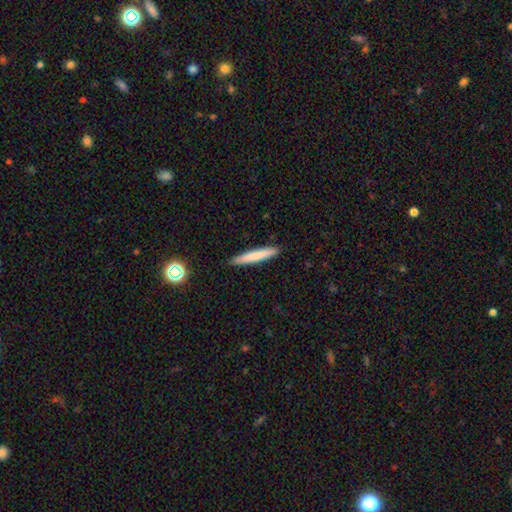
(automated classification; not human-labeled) Smooth or featured? Predicted: smooth (p=0.76). How rounded? Predicted: cigar-shaped (p=0.94). Merging? Predicted: none (p=0.91).